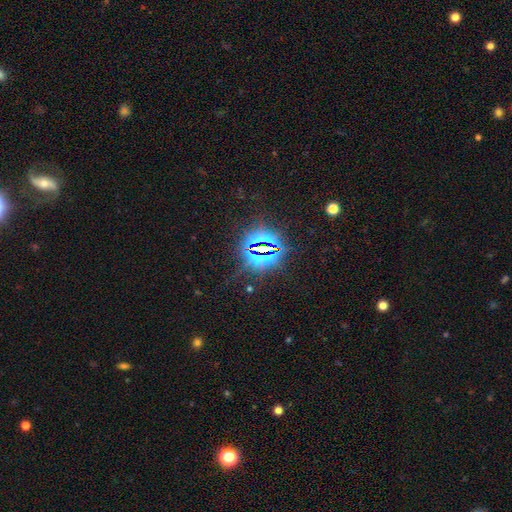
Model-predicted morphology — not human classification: Smooth or featured? Predicted: star or artifact (p=0.83).